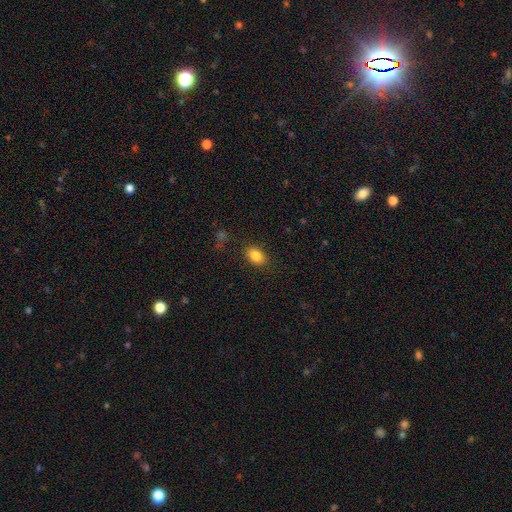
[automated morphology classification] Q: Smooth or featured?
A: smooth (85%); runner-up: star or artifact (9%)
Q: How rounded?
A: in between (79%); runner-up: round (19%)
Q: Merging?
A: none (86%); runner-up: minor disturbance (10%)